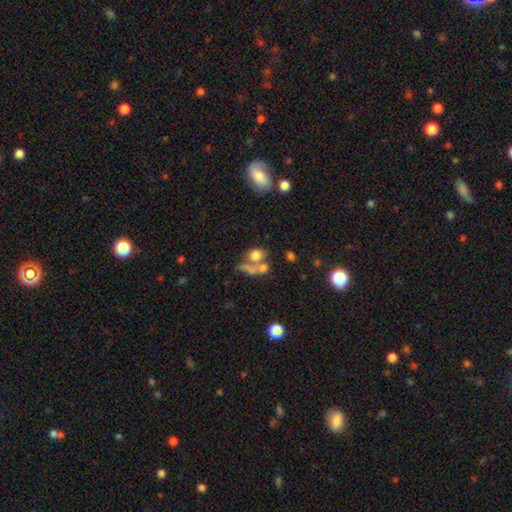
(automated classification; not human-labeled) smooth-or-featured: smooth: 70% | featured or disk: 17% | star or artifact: 14%
  how-rounded: round: 55% | in between: 42% | cigar-shaped: 3%
  merging: merger: 47% | none: 34% | major disturbance: 10% | minor disturbance: 9%